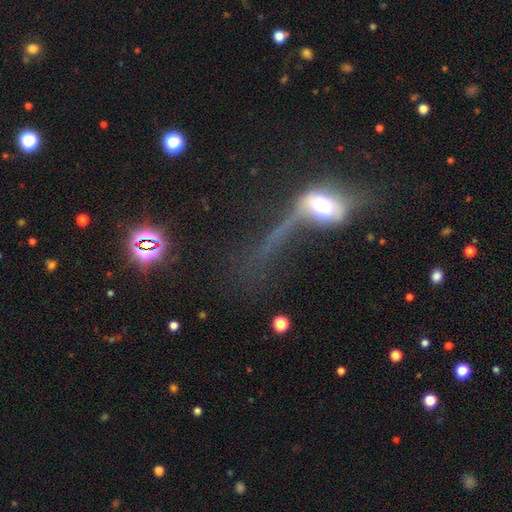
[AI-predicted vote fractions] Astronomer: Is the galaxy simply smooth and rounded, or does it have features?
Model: featured or disk — 40% (runner-up: smooth, 32%).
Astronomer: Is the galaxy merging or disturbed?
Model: major disturbance — 46% (runner-up: none, 24%).